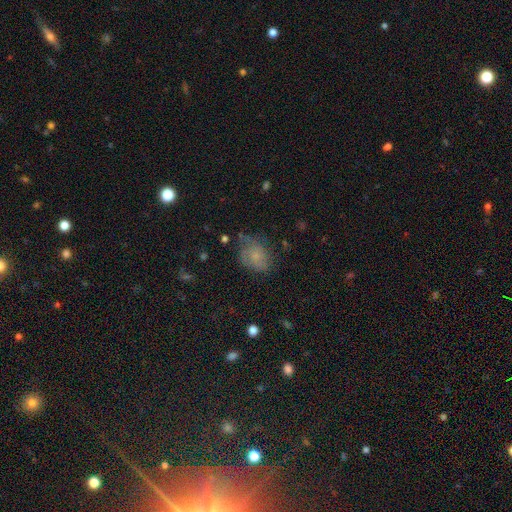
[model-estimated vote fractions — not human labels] smooth_or_featured: smooth (p=0.65) [alt: featured or disk p=0.24]
how_rounded: in between (p=0.57) [alt: round p=0.42]
merging: none (p=0.56) [alt: minor disturbance p=0.29]